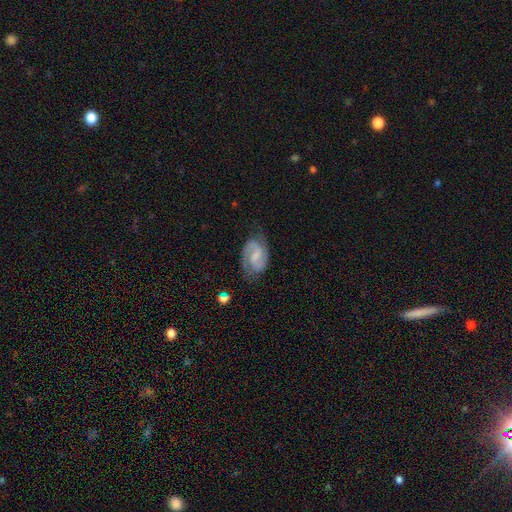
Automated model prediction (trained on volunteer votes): Smooth or featured? Predicted: featured or disk (p=0.80). Edge-on disk? Predicted: no (p=0.97). Bar? Predicted: weak (p=0.54). Spiral arms? Predicted: yes (p=0.96). Spiral winding? Predicted: medium (p=0.51). Spiral arm count? Predicted: 2 (p=0.88). Bulge size? Predicted: small (p=0.37). Merging? Predicted: none (p=0.74).